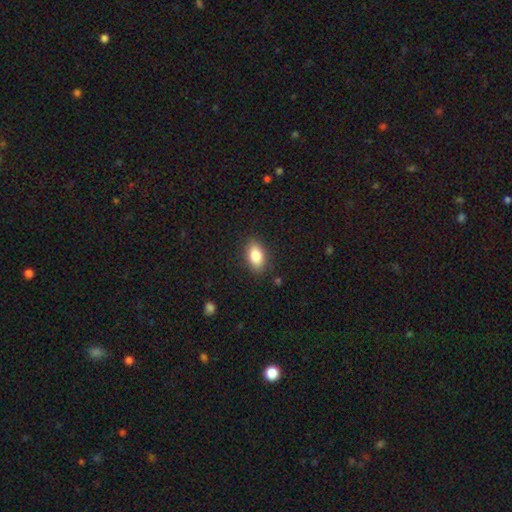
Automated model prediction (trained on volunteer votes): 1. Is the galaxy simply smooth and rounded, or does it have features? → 84% smooth, 9% featured or disk, 8% star or artifact.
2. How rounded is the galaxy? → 89% in between, 7% round, 4% cigar-shaped.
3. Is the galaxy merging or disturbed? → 86% none, 10% minor disturbance, 3% major disturbance, 1% merger.